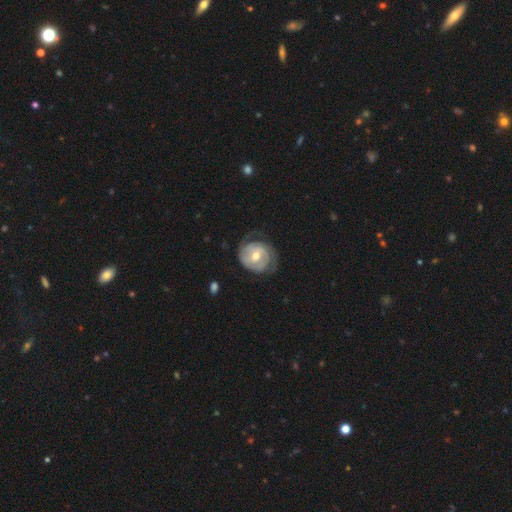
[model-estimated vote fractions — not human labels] Smooth or featured: featured or disk — 80% (smooth — 16%)
Edge-on disk: no — 97% (yes — 3%)
Bar: no — 52% (weak — 37%)
Spiral arms: yes — 91% (no — 9%)
Spiral winding: tight — 62% (medium — 28%)
Spiral arm count: 2 — 47% (can't tell — 24%)
Bulge size: moderate — 70% (small — 25%)
Merging: none — 63% (minor disturbance — 23%)